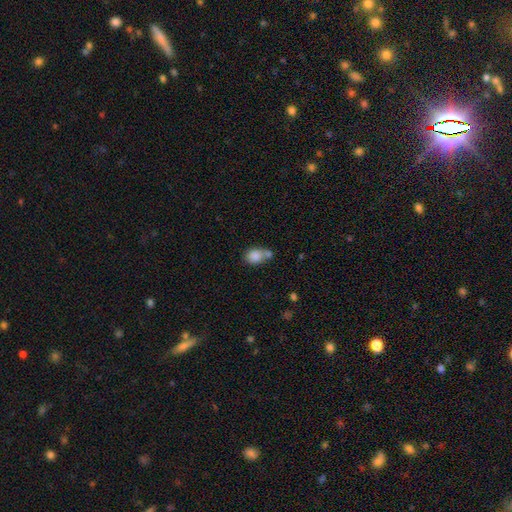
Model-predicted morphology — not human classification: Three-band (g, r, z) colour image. It shows a smooth galaxy with no disk features (84%) that is in between round and cigar-shaped (52%). Merging: merger (44%).